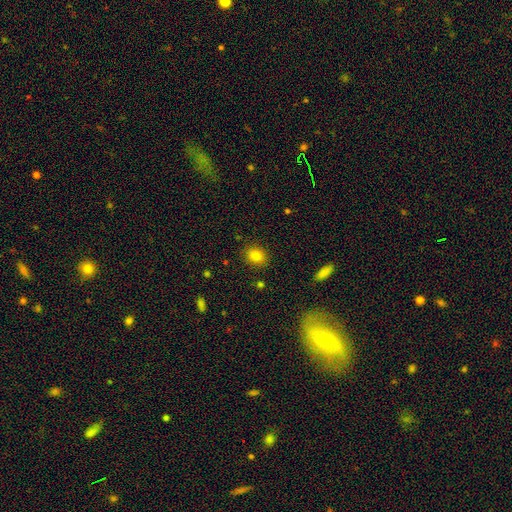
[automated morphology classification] A smooth galaxy with no disk features (81%) that is round (61%). Merging: none (88%).